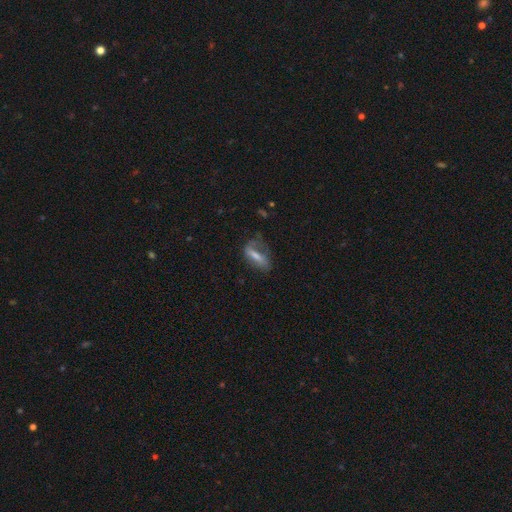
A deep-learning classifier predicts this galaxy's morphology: A smooth galaxy with no disk features (53%) that is in between round and cigar-shaped (62%). Merging: none (42%).